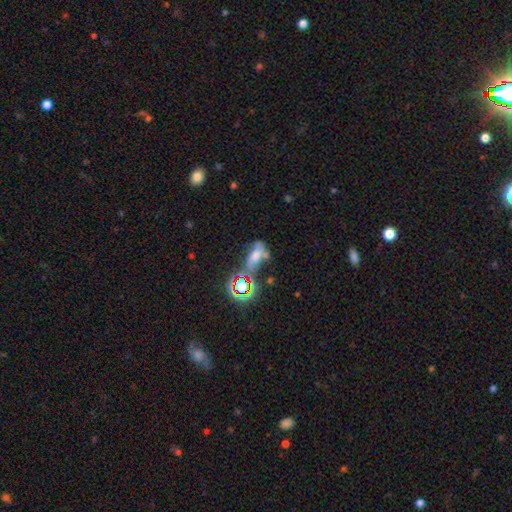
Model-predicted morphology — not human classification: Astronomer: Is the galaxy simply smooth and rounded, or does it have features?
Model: star or artifact — 36% (runner-up: featured or disk, 34%).